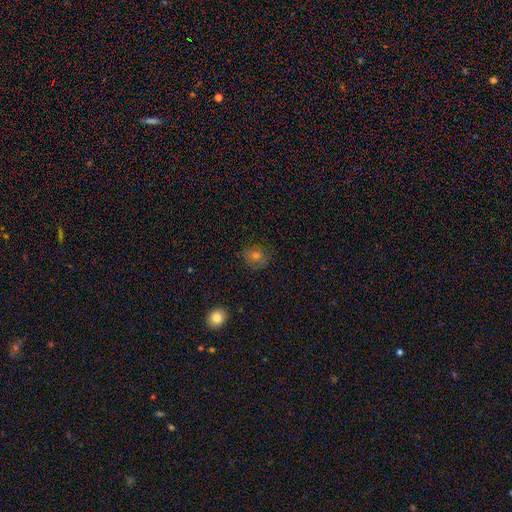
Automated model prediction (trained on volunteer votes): Smooth or featured: smooth — 64% (star or artifact — 18%)
How rounded: round — 80% (in between — 19%)
Merging: none — 83% (minor disturbance — 12%)